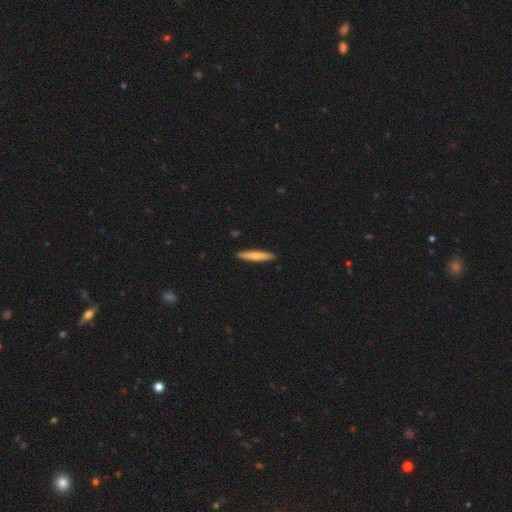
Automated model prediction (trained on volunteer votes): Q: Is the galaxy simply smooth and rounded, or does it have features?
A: smooth — 68%.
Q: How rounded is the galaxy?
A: cigar-shaped — 92%.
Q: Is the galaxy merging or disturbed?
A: none — 91%.